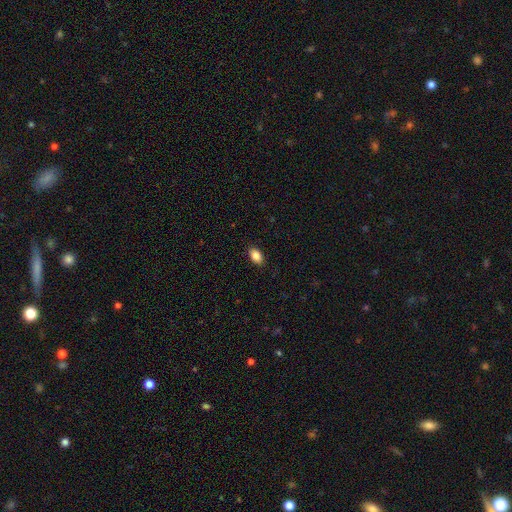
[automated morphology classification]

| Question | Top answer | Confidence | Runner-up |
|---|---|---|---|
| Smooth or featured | smooth | 86% | star or artifact (8%) |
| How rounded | in between | 91% | round (7%) |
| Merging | none | 89% | minor disturbance (8%) |